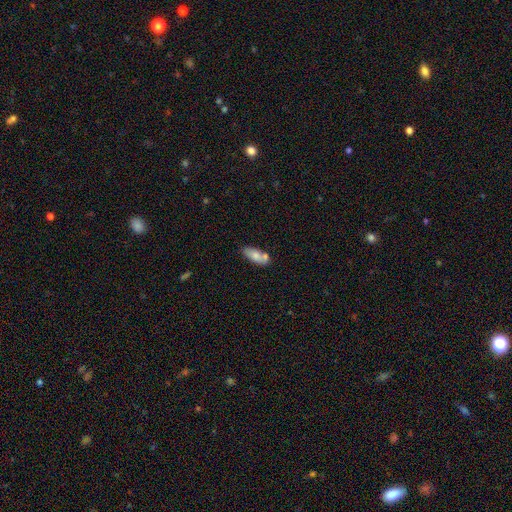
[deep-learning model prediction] smooth 75%, featured or disk 18%, star or artifact 7%. Down the decision tree: how rounded — in between (78%); merging — none (59%).